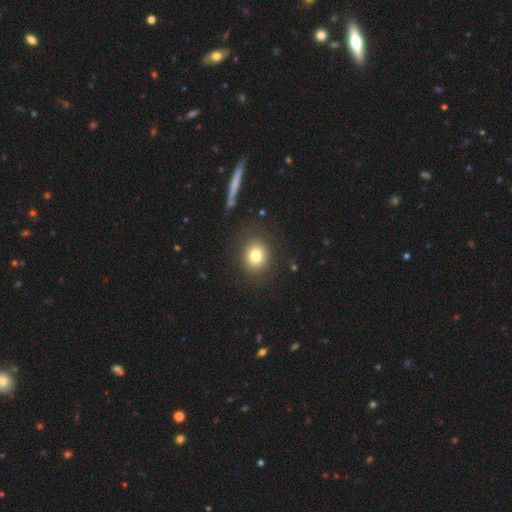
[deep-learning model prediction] Smooth or featured?
  - smooth: 79% *
  - star or artifact: 11%
  - featured or disk: 10%
How rounded?
  - round: 72% *
  - in between: 27%
  - cigar-shaped: 1%
Merging?
  - none: 86% *
  - minor disturbance: 9%
  - major disturbance: 4%
  - merger: 2%